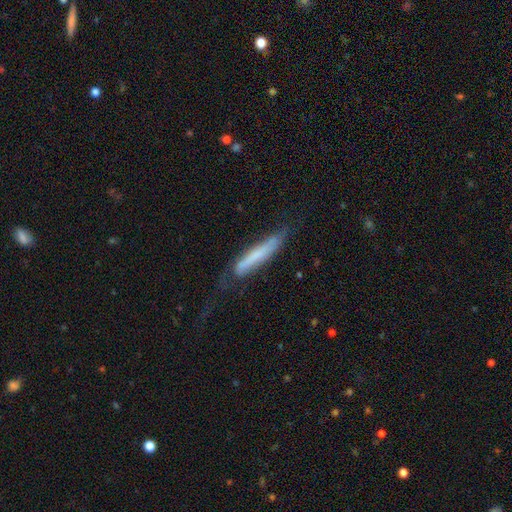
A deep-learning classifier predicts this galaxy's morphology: smooth_or_featured: smooth (p=0.55) [alt: featured or disk p=0.38]
how_rounded: cigar-shaped (p=0.92) [alt: in between p=0.07]
merging: none (p=0.49) [alt: minor disturbance p=0.29]